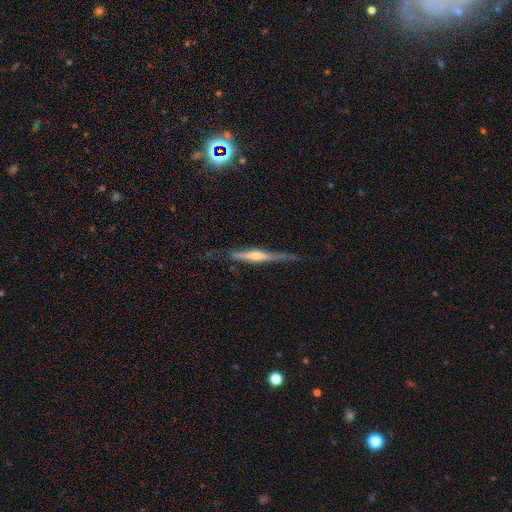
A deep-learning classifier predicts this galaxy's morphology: type=featured or disk (73%); edge-on=yes (96%); edge-on bulge=rounded (78%); merging=none (73%).